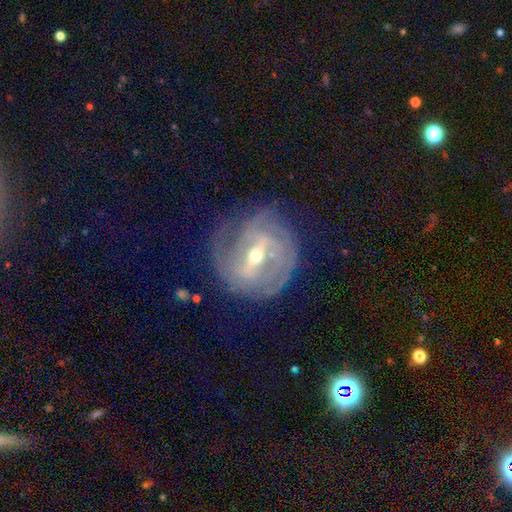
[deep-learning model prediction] A featured or disk galaxy (88%) with a strong bar (55%), tight (69%) spiral arms (95%) and a moderate central bulge (57%).

Vote fractions:
- Smooth or featured? featured or disk: 88% / smooth: 6% / star or artifact: 6%
- Edge-on disk? no: 95% / yes: 5%
- Bar? strong: 55% / weak: 35% / no: 9%
- Spiral arms? yes: 95% / no: 5%
- Spiral winding? tight: 69% / medium: 25% / loose: 6%
- Spiral arm count? can't tell: 31% / 3: 23% / 2: 22% / 4: 13% / more than 4: 6% / 1: 6%
- Bulge size? moderate: 57% / small: 40% / large: 2% / none: 1% / dominant: 1%
- Merging? none: 75% / minor disturbance: 16% / major disturbance: 7% / merger: 1%